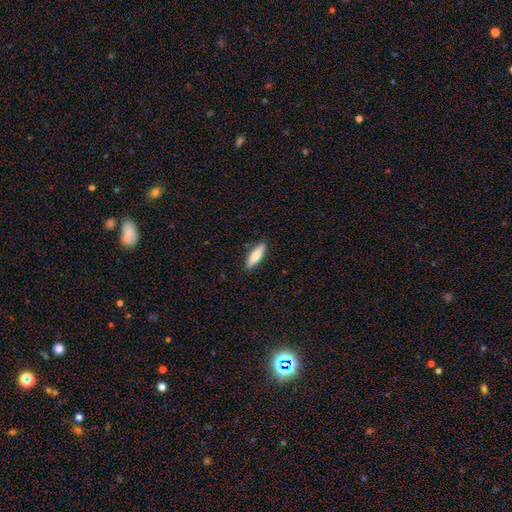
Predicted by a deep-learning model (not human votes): Q: Smooth or featured?
A: smooth (77%); runner-up: featured or disk (17%)
Q: How rounded?
A: cigar-shaped (57%); runner-up: in between (42%)
Q: Merging?
A: none (88%); runner-up: minor disturbance (9%)